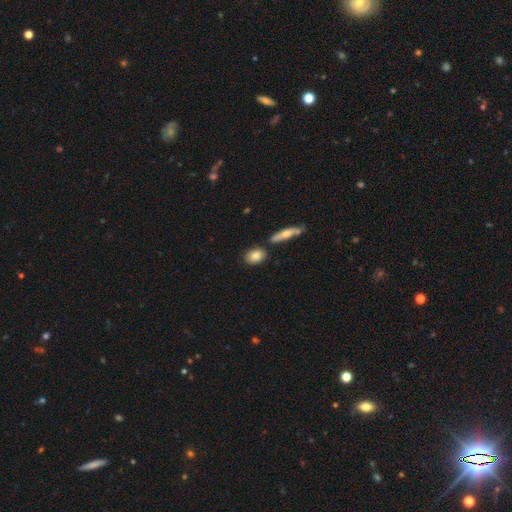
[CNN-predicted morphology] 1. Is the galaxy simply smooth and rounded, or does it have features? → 82% smooth, 11% featured or disk, 6% star or artifact.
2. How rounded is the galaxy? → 77% in between, 18% round, 5% cigar-shaped.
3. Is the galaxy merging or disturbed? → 75% none, 12% minor disturbance, 11% merger, 3% major disturbance.